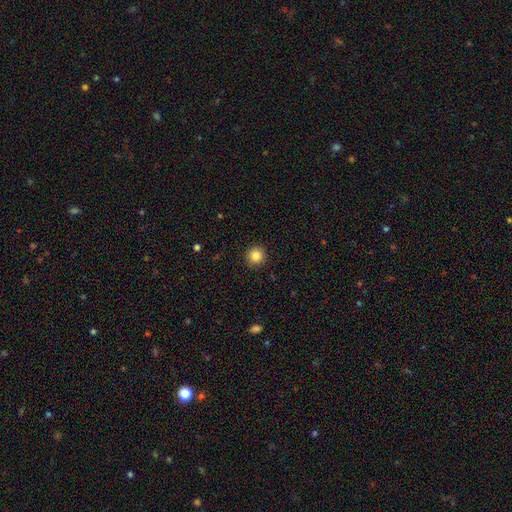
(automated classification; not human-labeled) A smooth galaxy with no disk features (85%) that is round (94%).

Vote fractions:
- Smooth or featured? smooth: 85% / star or artifact: 11% / featured or disk: 5%
- How rounded? round: 94% / in between: 5% / cigar-shaped: 1%
- Merging? none: 92% / minor disturbance: 5% / major disturbance: 2% / merger: 1%